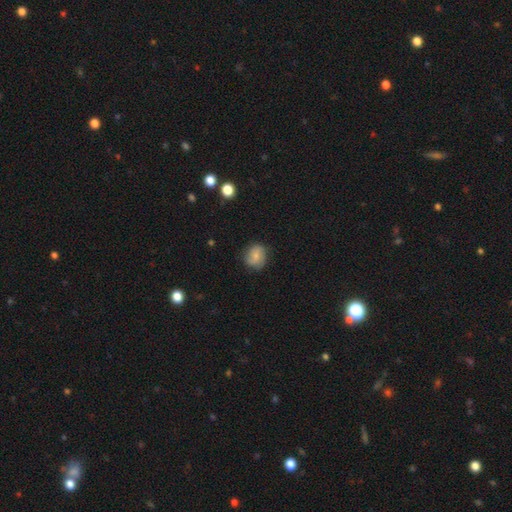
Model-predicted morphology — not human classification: This is likely a smooth galaxy (69%). How rounded: likely round (74%). Merging: likely none (76%).